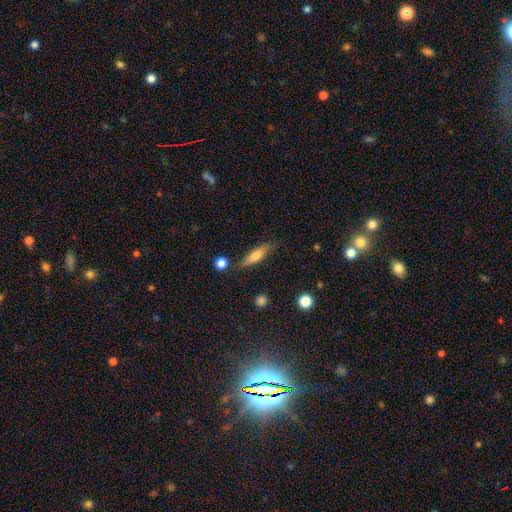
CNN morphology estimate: type=smooth (62%); roundness=cigar-shaped (69%); merging=none (78%).